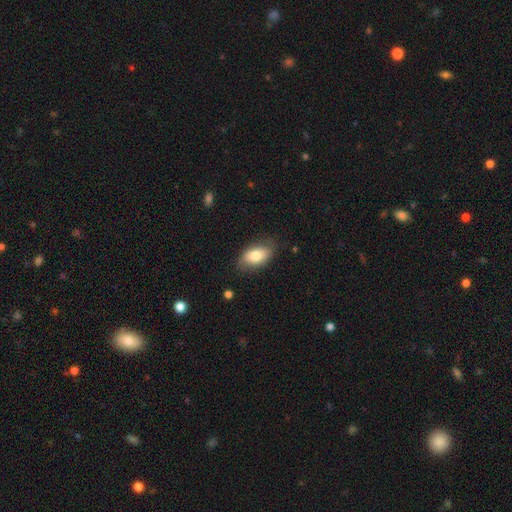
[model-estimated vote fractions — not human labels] smooth_or_featured: smooth (p=0.76) [alt: featured or disk p=0.17]
how_rounded: in between (p=0.91) [alt: round p=0.06]
merging: none (p=0.77) [alt: minor disturbance p=0.17]